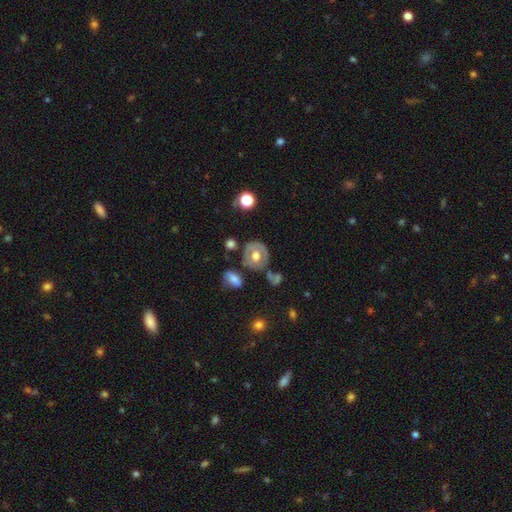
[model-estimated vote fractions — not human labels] Smooth or featured? featured or disk (48%)
Merging? none (66%)